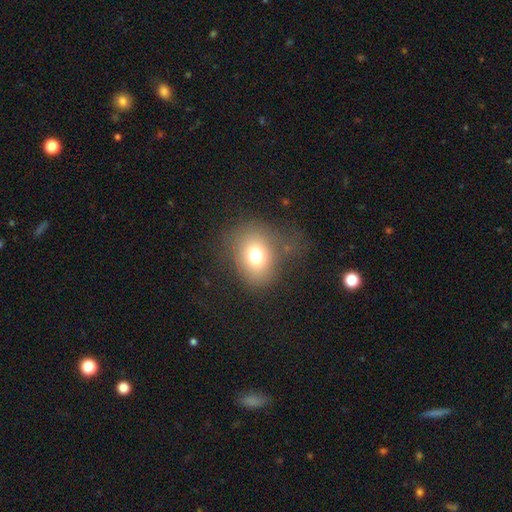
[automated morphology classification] This is likely a smooth galaxy (71%). How rounded: possibly round (52%). Merging: likely none (67%).